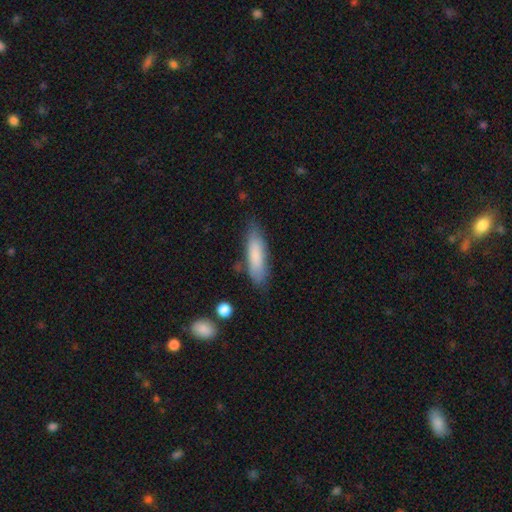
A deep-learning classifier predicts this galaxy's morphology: Smooth or featured: smooth — 79% (featured or disk — 15%)
How rounded: cigar-shaped — 65% (in between — 34%)
Merging: none — 77% (minor disturbance — 17%)